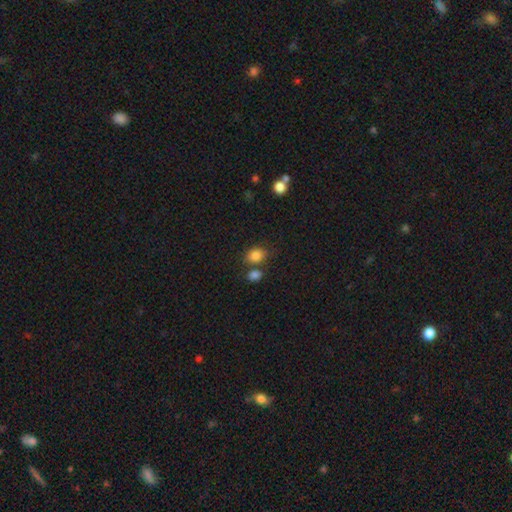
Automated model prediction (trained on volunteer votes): Morphology: type=smooth (84%); roundness=in between (56%); merging=none (62%).